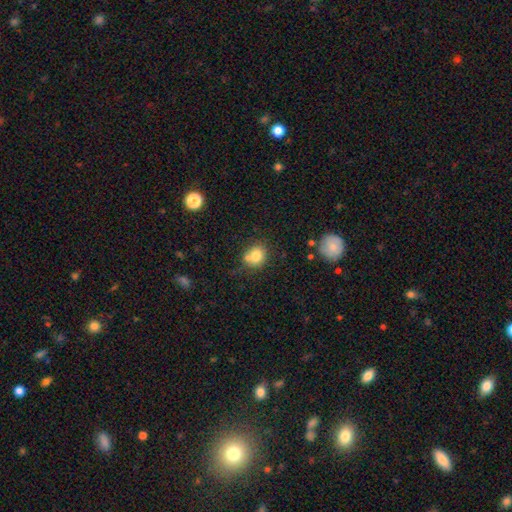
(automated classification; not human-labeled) smooth-or-featured: smooth: 79% | featured or disk: 11% | star or artifact: 10%
  how-rounded: round: 74% | in between: 25% | cigar-shaped: 1%
  merging: none: 56% | merger: 25% | minor disturbance: 15% | major disturbance: 5%